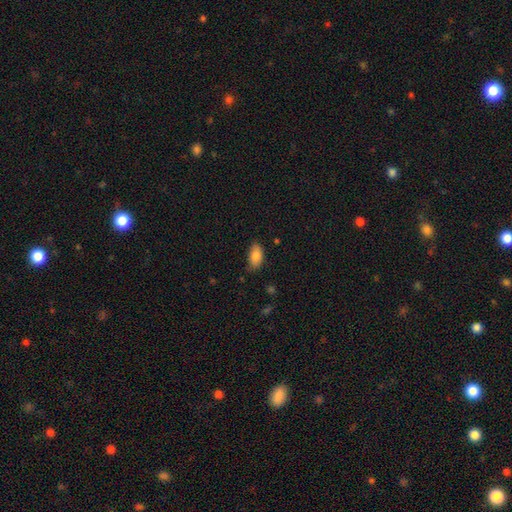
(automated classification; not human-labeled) A smooth galaxy with no disk features (84%) that is in between round and cigar-shaped (92%).

Vote fractions:
- Smooth or featured? smooth: 84% / featured or disk: 8% / star or artifact: 8%
- How rounded? in between: 92% / round: 4% / cigar-shaped: 3%
- Merging? none: 74% / minor disturbance: 21% / major disturbance: 3% / merger: 2%